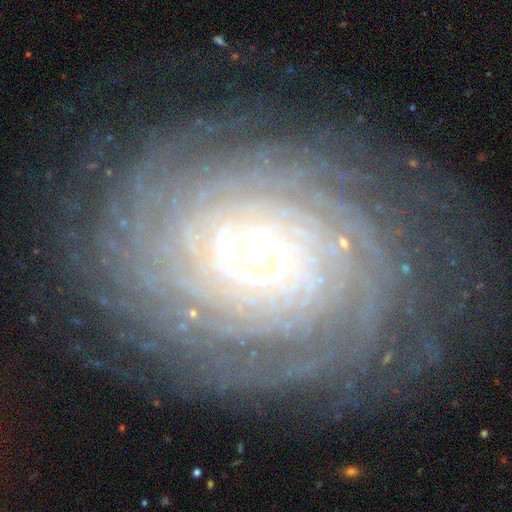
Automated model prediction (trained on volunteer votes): smooth-or-featured: featured or disk: 89% | smooth: 6% | star or artifact: 6%
  disk-edge-on: no: 97% | yes: 3%
    bar: no: 58% | weak: 28% | strong: 13%
    has-spiral-arms: yes: 98% | no: 2%
      spiral-winding: tight: 90% | medium: 8% | loose: 2%
      spiral-arm-count: more than 4: 41% | can't tell: 24% | 4: 12% | 3: 8% | 2: 8% | 1: 7%
    bulge-size: small: 62% | moderate: 33% | large: 2% | dominant: 1% | none: 1%
  merging: none: 82% | minor disturbance: 12% | major disturbance: 5% | merger: 1%